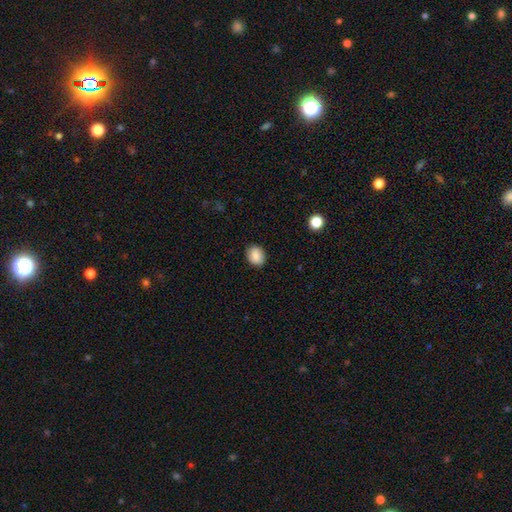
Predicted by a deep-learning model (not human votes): smooth_or_featured: smooth (p=0.86) [alt: star or artifact p=0.08]
how_rounded: in between (p=0.50) [alt: round p=0.49]
merging: none (p=0.86) [alt: minor disturbance p=0.10]